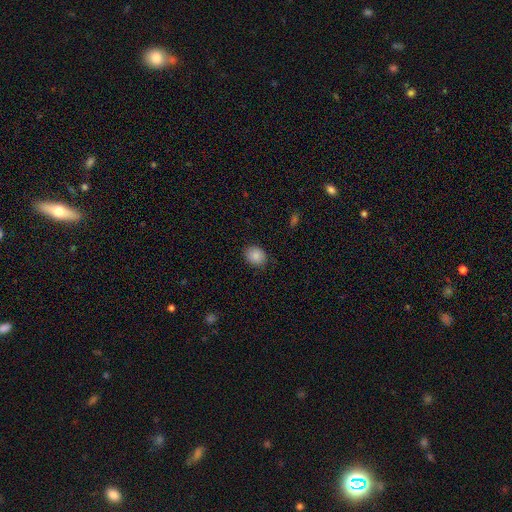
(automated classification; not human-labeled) smooth 87%, star or artifact 8%, featured or disk 5%. Down the decision tree: how rounded — round (59%); merging — none (84%).